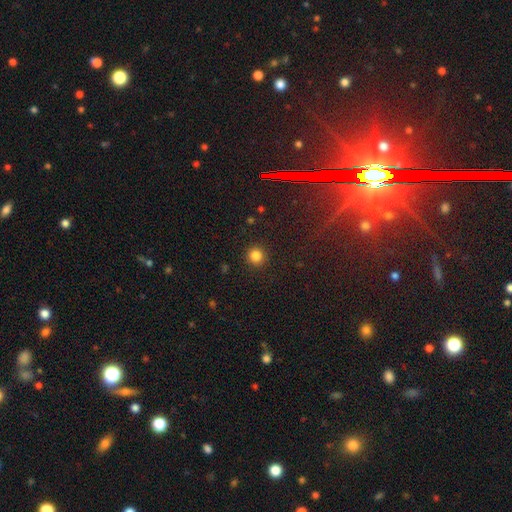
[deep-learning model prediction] This is clearly a smooth galaxy (83%). How rounded: clearly round (95%). Merging: clearly none (92%).